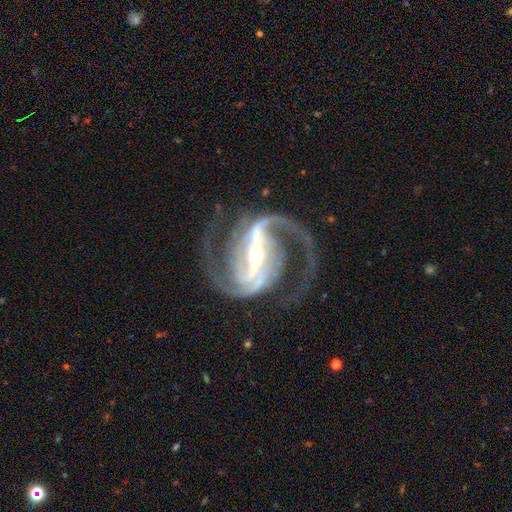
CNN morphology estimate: The model was most divided on "spiral winding": medium: 63%, loose: 19%, tight: 19%. More confident: spiral arms — yes (98%); edge-on disk — no (97%); smooth or featured — featured or disk (93%); spiral arm count — 2 (82%); bar — strong (75%); bulge size — small (75%); merging — none (73%).